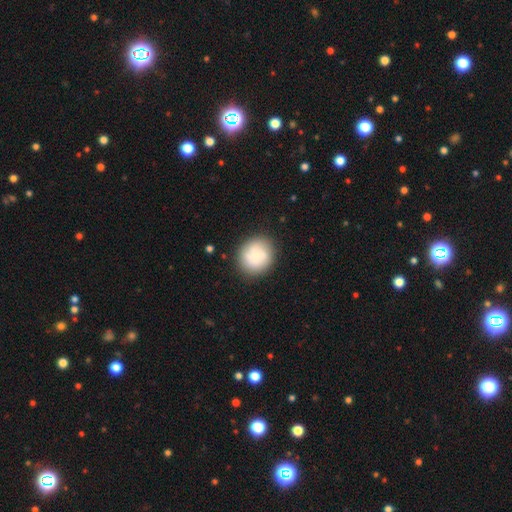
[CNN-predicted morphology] This is likely a smooth galaxy (70%). How rounded: clearly round (84%). Merging: likely none (80%).